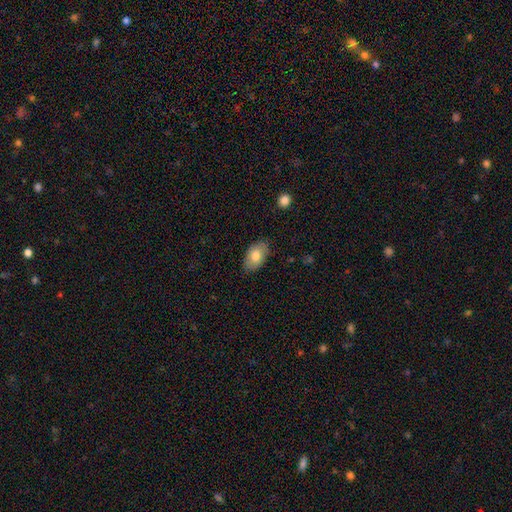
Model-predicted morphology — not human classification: Smooth or featured? smooth (76%)
How rounded? in between (93%)
Merging? none (84%)